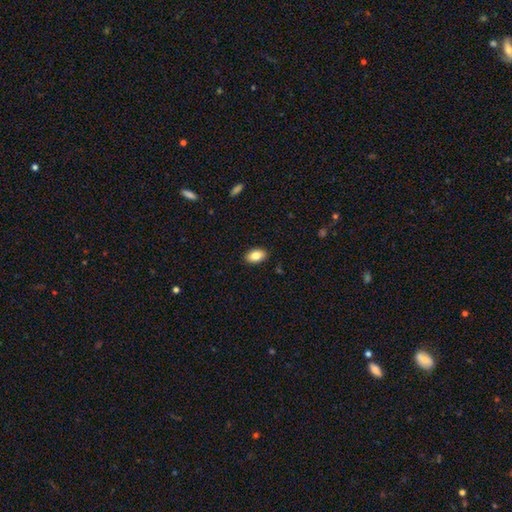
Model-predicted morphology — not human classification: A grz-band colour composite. It shows a smooth galaxy with no disk features (84%) that is in between round and cigar-shaped (90%). Merging: none (89%).